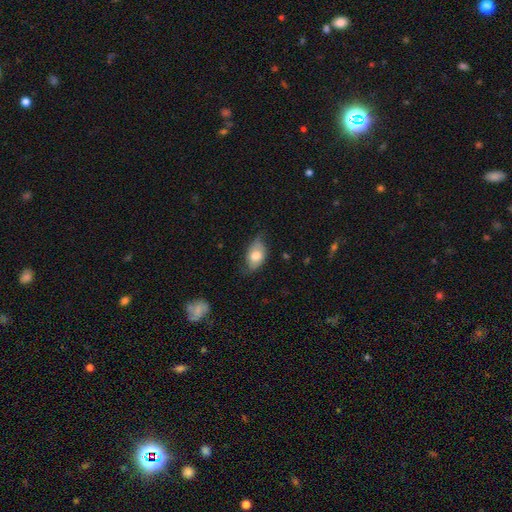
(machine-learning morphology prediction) Smooth or featured? smooth (70%)
How rounded? in between (89%)
Merging? none (58%)